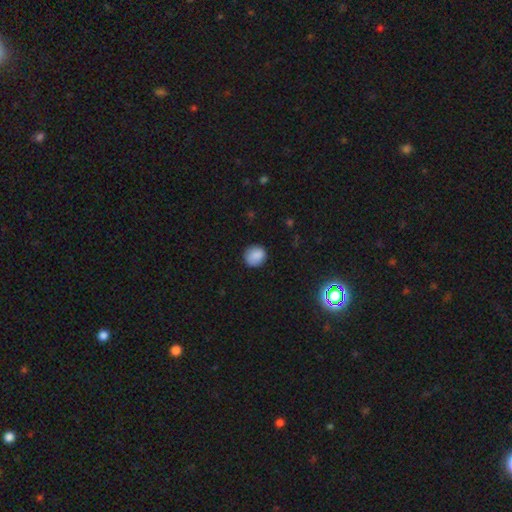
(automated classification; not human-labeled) The model was most divided on "how rounded": round: 82%, in between: 17%, cigar-shaped: 1%. More confident: smooth or featured — smooth (86%); merging — none (85%).